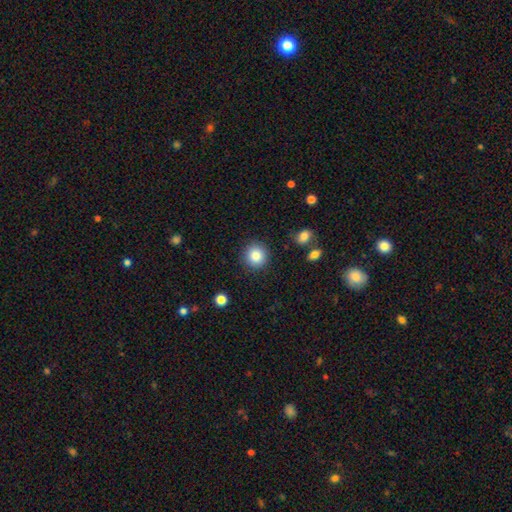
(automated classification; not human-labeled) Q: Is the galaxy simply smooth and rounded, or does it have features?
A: smooth — 85%.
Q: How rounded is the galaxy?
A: round — 92%.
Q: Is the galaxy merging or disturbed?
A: none — 89%.